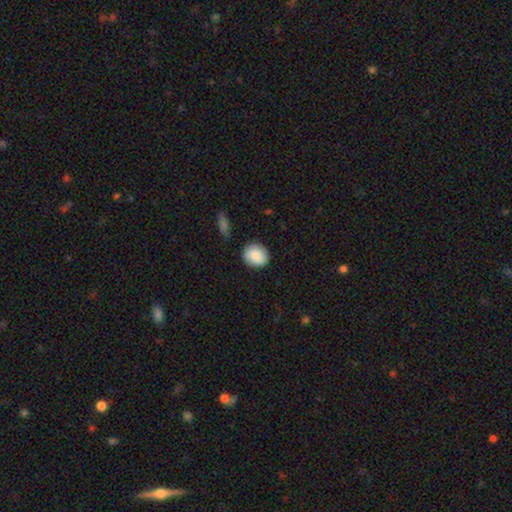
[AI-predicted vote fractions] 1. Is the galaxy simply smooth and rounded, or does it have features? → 85% smooth, 8% featured or disk, 7% star or artifact.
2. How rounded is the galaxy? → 77% round, 22% in between, 1% cigar-shaped.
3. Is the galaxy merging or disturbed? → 84% none, 12% minor disturbance, 3% major disturbance, 2% merger.